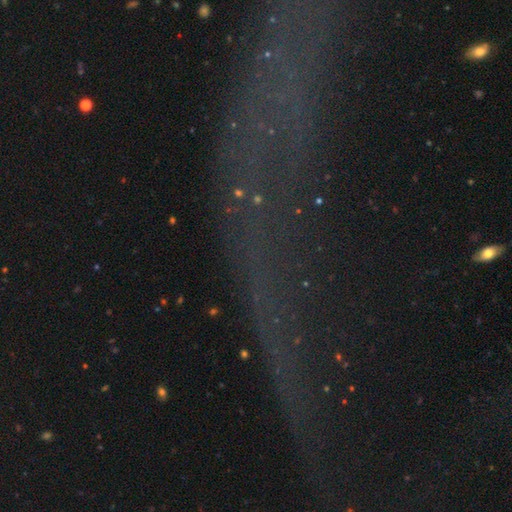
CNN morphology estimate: type=star or artifact (66%).